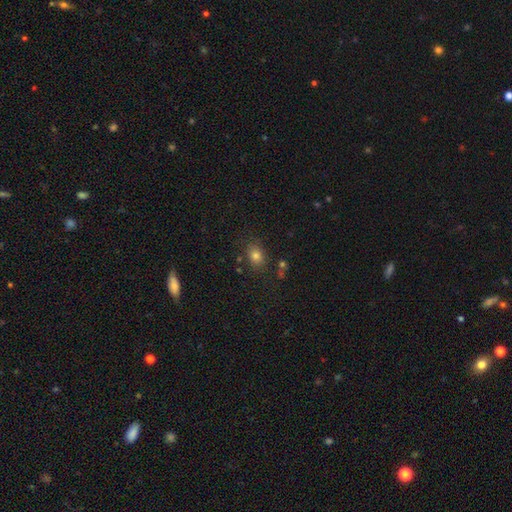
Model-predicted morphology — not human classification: smooth 77%, star or artifact 14%, featured or disk 8%. Down the decision tree: how rounded — in between (57%); merging — none (78%).